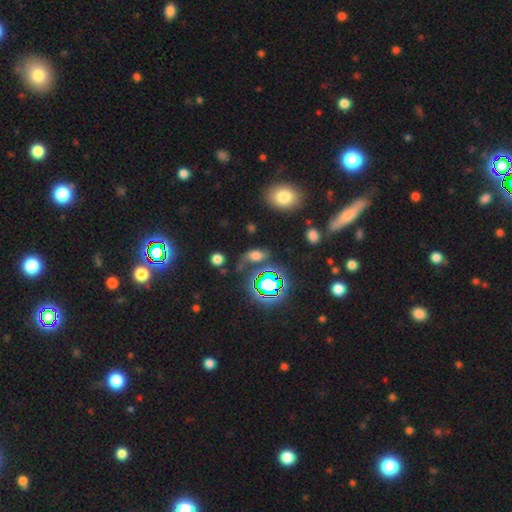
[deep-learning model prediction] Overall: smooth (50%; star or artifact 33%). Merging: none (53%; minor disturbance 20%).